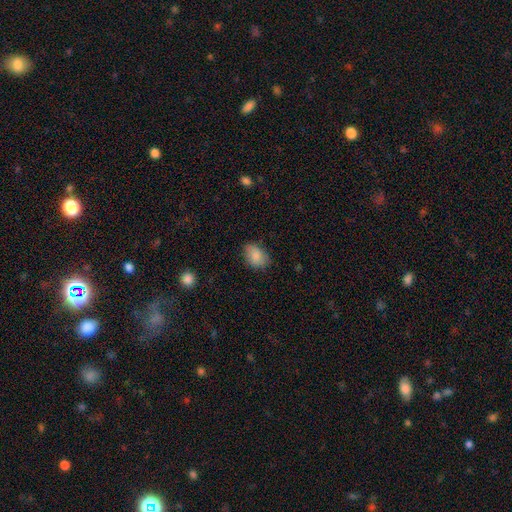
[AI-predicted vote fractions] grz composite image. It shows a smooth galaxy with no disk features (86%) that is in between round and cigar-shaped (80%). Merging: none (74%).